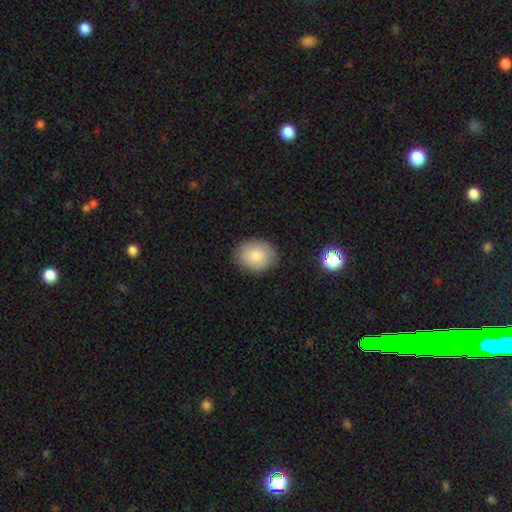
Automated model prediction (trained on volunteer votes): Smooth or featured? Predicted: smooth (p=0.82). How rounded? Predicted: round (p=0.53). Merging? Predicted: none (p=0.84).